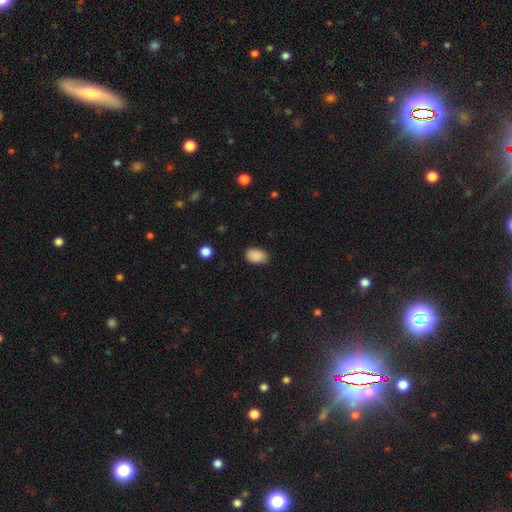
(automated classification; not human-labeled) The model was most divided on "merging": none: 81%, minor disturbance: 15%, major disturbance: 3%, merger: 1%. More confident: smooth or featured — smooth (89%); how rounded — in between (87%).